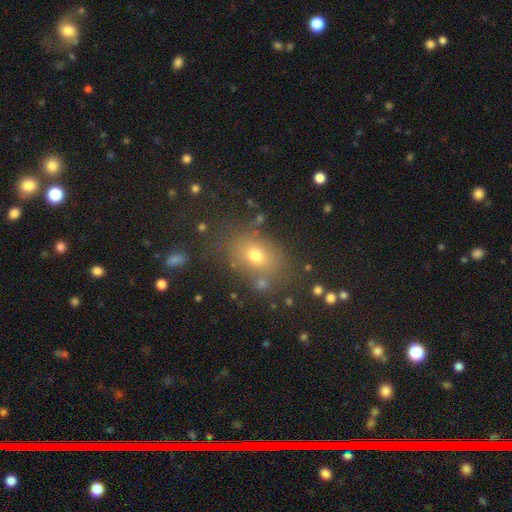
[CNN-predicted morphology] smooth-or-featured: smooth: 67% | star or artifact: 20% | featured or disk: 13%
  how-rounded: in between: 65% | round: 34% | cigar-shaped: 2%
  merging: none: 77% | minor disturbance: 12% | merger: 6% | major disturbance: 5%